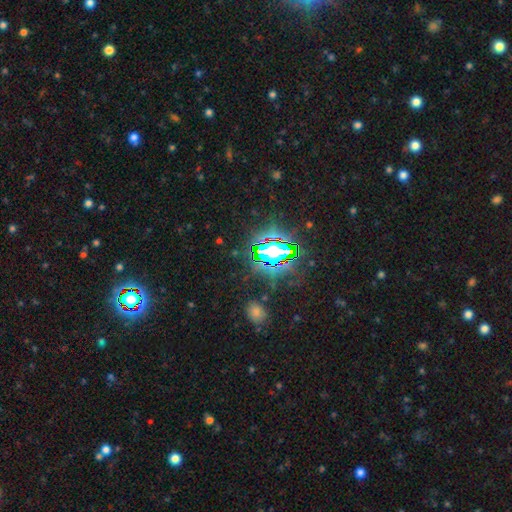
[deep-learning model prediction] This appears to be a star or artifact, not a galaxy (81%).